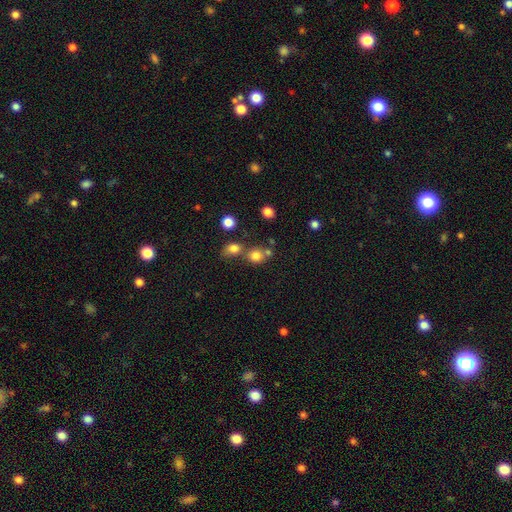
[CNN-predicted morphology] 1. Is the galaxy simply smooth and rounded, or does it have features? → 78% smooth, 14% star or artifact, 8% featured or disk.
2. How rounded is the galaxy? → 82% round, 17% in between, 1% cigar-shaped.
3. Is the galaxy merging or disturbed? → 55% none, 31% merger, 9% minor disturbance, 4% major disturbance.